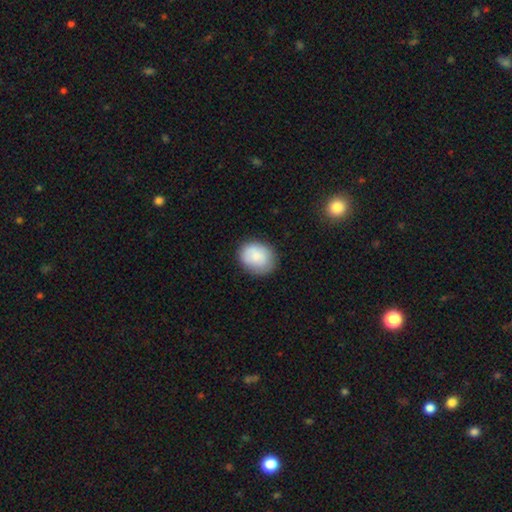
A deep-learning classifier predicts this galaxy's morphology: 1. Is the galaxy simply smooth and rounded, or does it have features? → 85% smooth, 8% featured or disk, 7% star or artifact.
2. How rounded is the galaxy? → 54% round, 45% in between, 1% cigar-shaped.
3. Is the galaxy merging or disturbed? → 79% none, 15% minor disturbance, 4% major disturbance, 1% merger.